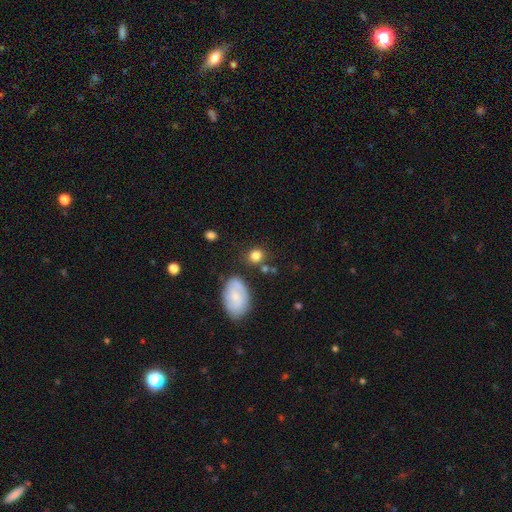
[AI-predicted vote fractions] Smooth or featured?
  - smooth: 82% *
  - star or artifact: 9%
  - featured or disk: 9%
How rounded?
  - round: 69% *
  - in between: 30%
  - cigar-shaped: 1%
Merging?
  - none: 73% *
  - minor disturbance: 14%
  - merger: 8%
  - major disturbance: 5%